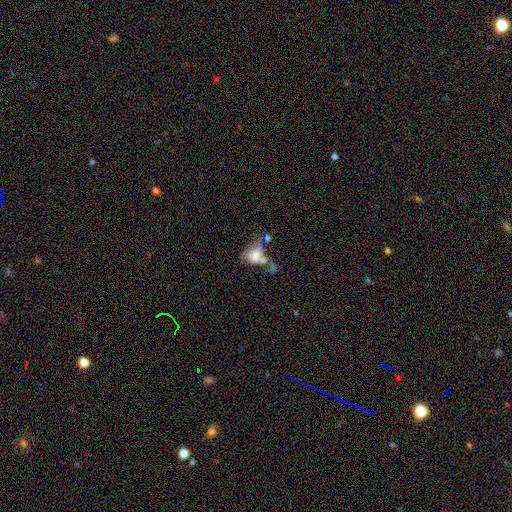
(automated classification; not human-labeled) smooth 54%, featured or disk 32%, star or artifact 13%. Down the decision tree: how rounded — in between (76%); merging — merger (44%).